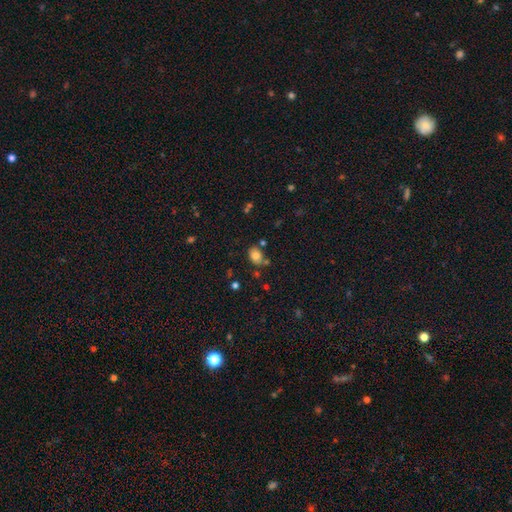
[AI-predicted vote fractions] Overall: smooth (79%). How rounded: in between (70%). Merging: none (68%).